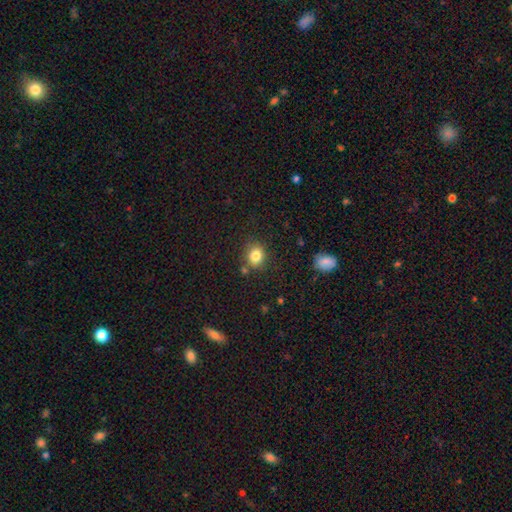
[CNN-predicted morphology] A smooth galaxy with no disk features (83%) that is round (63%).

Vote fractions:
- Smooth or featured? smooth: 83% / star or artifact: 11% / featured or disk: 6%
- How rounded? round: 63% / in between: 36% / cigar-shaped: 1%
- Merging? none: 79% / minor disturbance: 12% / merger: 6% / major disturbance: 3%